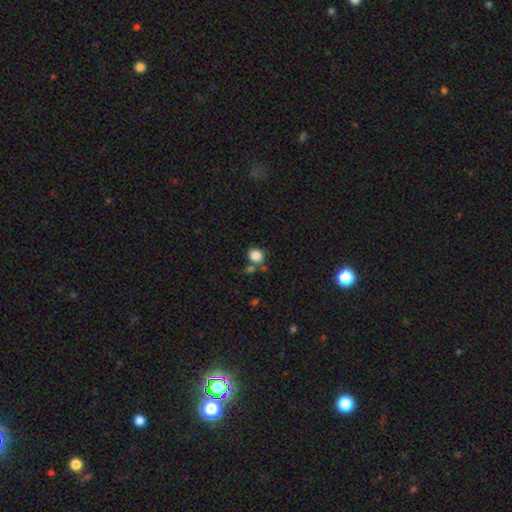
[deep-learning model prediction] Smooth or featured? smooth (86%)
How rounded? round (61%)
Merging? none (60%)